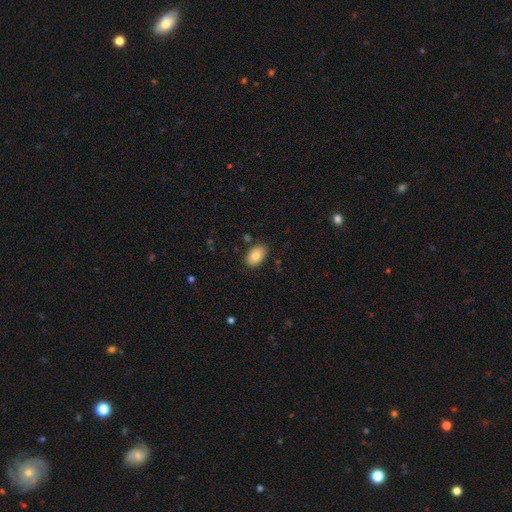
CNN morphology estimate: Smooth or featured: smooth — 83% (featured or disk — 10%)
How rounded: in between — 90% (round — 8%)
Merging: none — 85% (minor disturbance — 11%)